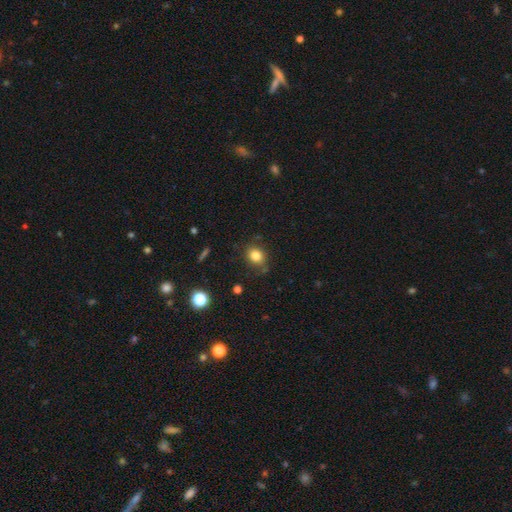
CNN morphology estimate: Smooth or featured? Predicted: smooth (p=0.82). How rounded? Predicted: round (p=0.63). Merging? Predicted: none (p=0.79).